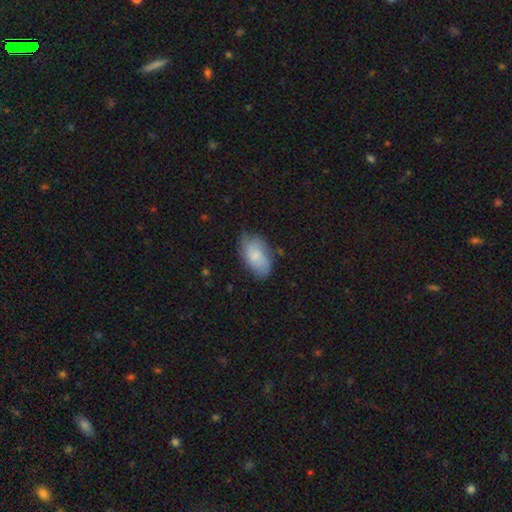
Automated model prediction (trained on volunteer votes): smooth-or-featured: smooth: 73% | featured or disk: 20% | star or artifact: 7%
  how-rounded: in between: 94% | round: 4% | cigar-shaped: 2%
  merging: none: 62% | minor disturbance: 29% | major disturbance: 7% | merger: 2%